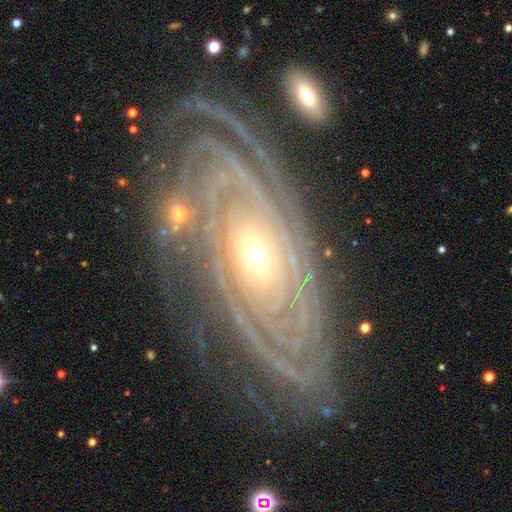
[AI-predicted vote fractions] This is clearly a featured or disk galaxy (89%). It is clearly not viewed edge-on (92%). Bar: likely no (74%). Spiral arm pattern: clearly yes (97%). Spiral arm count: marginally can't tell (25%). Spiral winding: clearly tight (85%). Central bulge: possibly moderate (51%). Merging: likely none (72%).